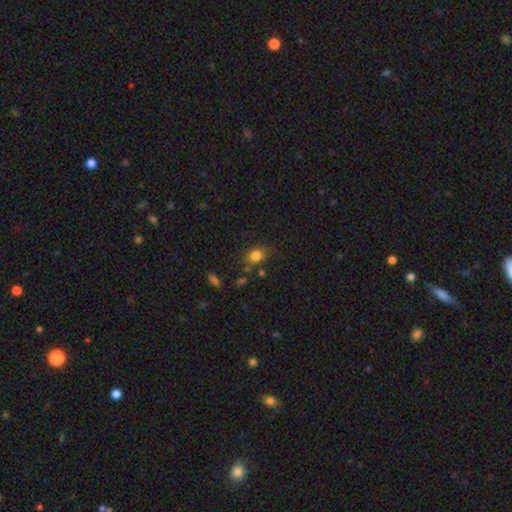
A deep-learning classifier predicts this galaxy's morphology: smooth-or-featured: smooth: 82% | star or artifact: 11% | featured or disk: 7%
  how-rounded: in between: 58% | round: 41% | cigar-shaped: 1%
  merging: none: 73% | minor disturbance: 16% | merger: 6% | major disturbance: 5%